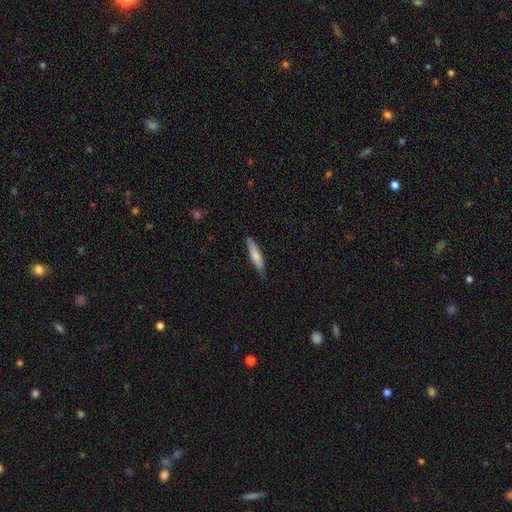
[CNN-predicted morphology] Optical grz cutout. It shows a smooth galaxy with no disk features (67%) that is cigar-shaped (81%). Merging: none (79%).